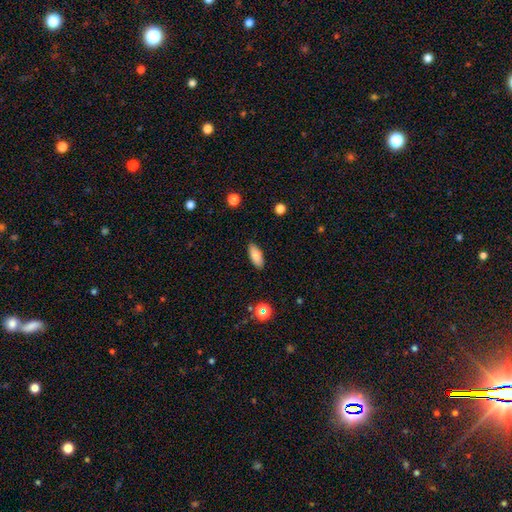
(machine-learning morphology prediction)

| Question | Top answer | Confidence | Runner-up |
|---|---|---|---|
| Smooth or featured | smooth | 85% | star or artifact (8%) |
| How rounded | in between | 82% | cigar-shaped (16%) |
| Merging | none | 88% | minor disturbance (9%) |